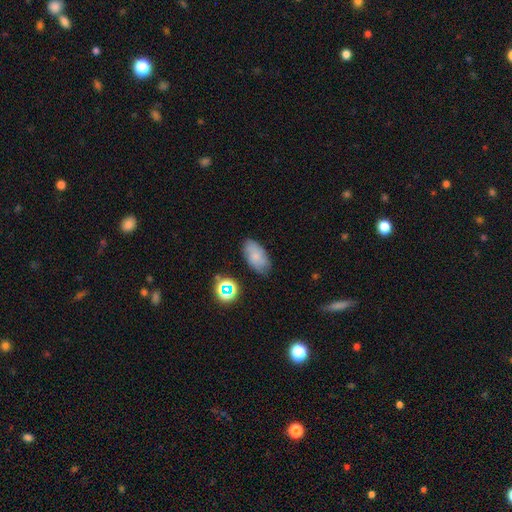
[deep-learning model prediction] smooth_or_featured: smooth (p=0.69) [alt: featured or disk p=0.19]
how_rounded: in between (p=0.93) [alt: round p=0.05]
merging: none (p=0.75) [alt: minor disturbance p=0.18]